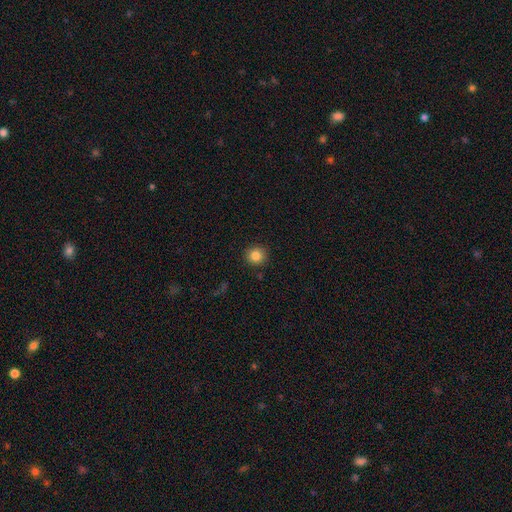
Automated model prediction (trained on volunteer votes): A smooth galaxy with no disk features (83%) that is round (92%).

Vote fractions:
- Smooth or featured? smooth: 83% / star or artifact: 11% / featured or disk: 6%
- How rounded? round: 92% / in between: 7% / cigar-shaped: 1%
- Merging? none: 91% / minor disturbance: 6% / major disturbance: 2% / merger: 1%